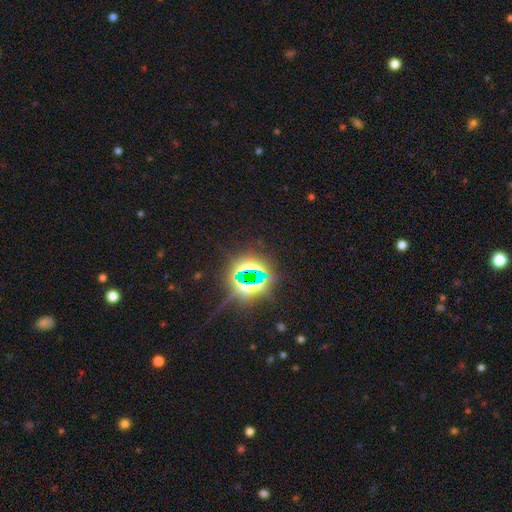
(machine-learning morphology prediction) A star or artifact, not a galaxy (78%).

Vote fractions:
- Smooth or featured? star or artifact: 78% / featured or disk: 12% / smooth: 10%